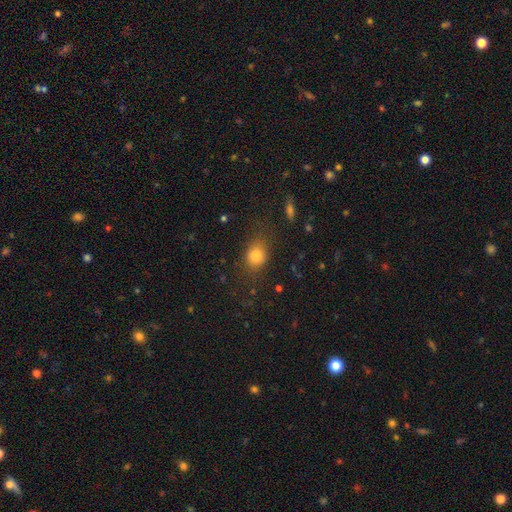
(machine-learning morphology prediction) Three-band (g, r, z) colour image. It shows a smooth galaxy with no disk features (81%) that is round (56%). Merging: none (69%).